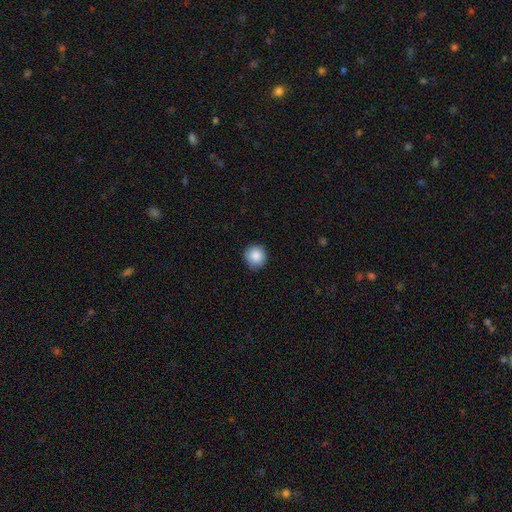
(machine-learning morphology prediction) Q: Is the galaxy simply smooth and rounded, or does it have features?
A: smooth — 87%.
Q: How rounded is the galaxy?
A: round — 94%.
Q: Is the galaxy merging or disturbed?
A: none — 88%.